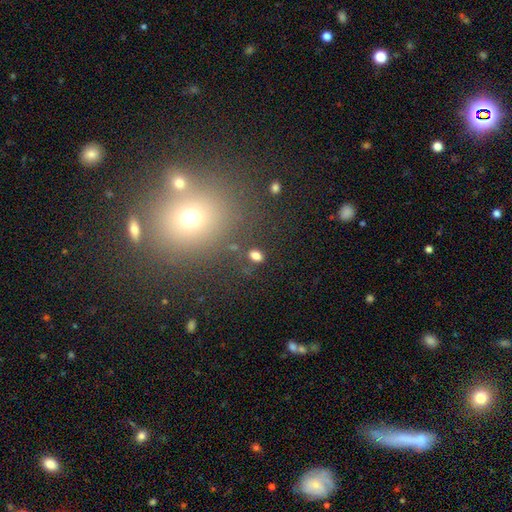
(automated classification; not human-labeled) Smooth or featured?
  - smooth: 78% *
  - star or artifact: 16%
  - featured or disk: 6%
How rounded?
  - in between: 75% *
  - round: 23%
  - cigar-shaped: 2%
Merging?
  - none: 80% *
  - minor disturbance: 11%
  - merger: 5%
  - major disturbance: 5%